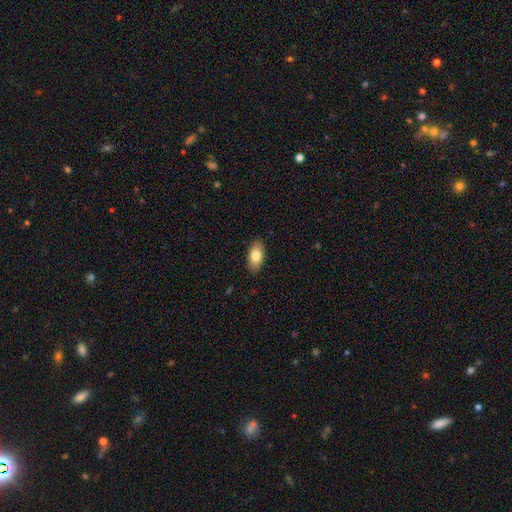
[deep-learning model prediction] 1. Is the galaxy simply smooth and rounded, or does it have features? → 80% smooth, 14% featured or disk, 7% star or artifact.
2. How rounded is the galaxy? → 92% in between, 4% cigar-shaped, 4% round.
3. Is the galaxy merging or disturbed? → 89% none, 9% minor disturbance, 2% major disturbance, 1% merger.